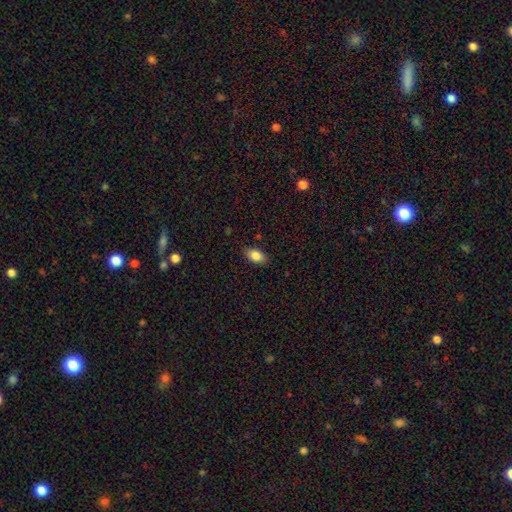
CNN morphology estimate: This appears to be a smooth galaxy with no disk features (85%) that is in between round and cigar-shaped (91%). Merging: none (86%).